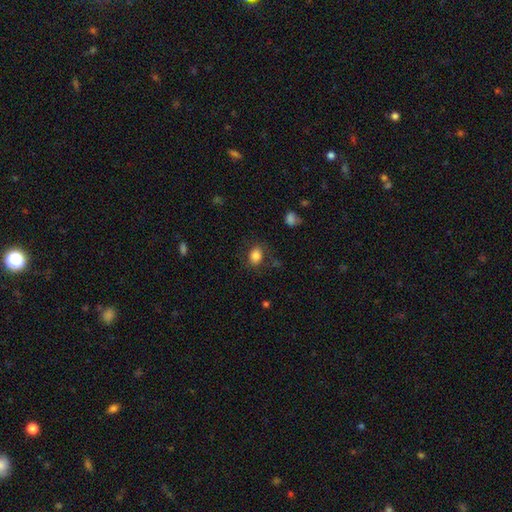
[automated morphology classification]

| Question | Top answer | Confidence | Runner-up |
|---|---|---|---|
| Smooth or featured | smooth | 83% | star or artifact (10%) |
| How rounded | in between | 63% | round (36%) |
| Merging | none | 76% | minor disturbance (15%) |